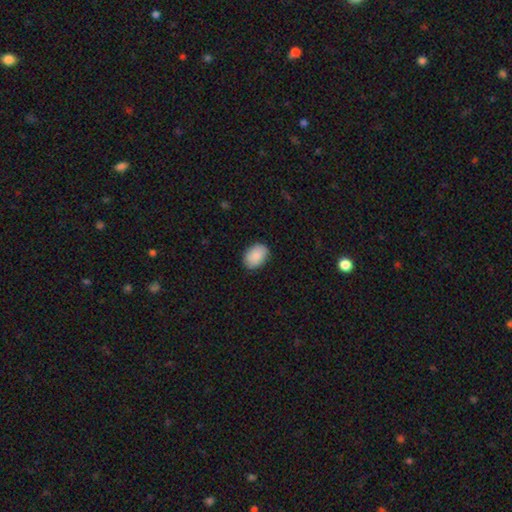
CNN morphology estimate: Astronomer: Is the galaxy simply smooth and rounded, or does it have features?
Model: smooth — 90%.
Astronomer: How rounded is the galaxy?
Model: in between — 83%.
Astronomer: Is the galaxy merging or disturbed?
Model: none — 86%.